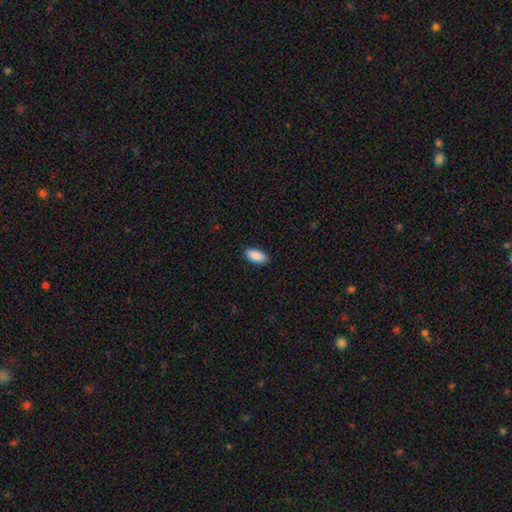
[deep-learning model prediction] Morphology: type=smooth (90%); roundness=in between (92%); merging=none (88%).